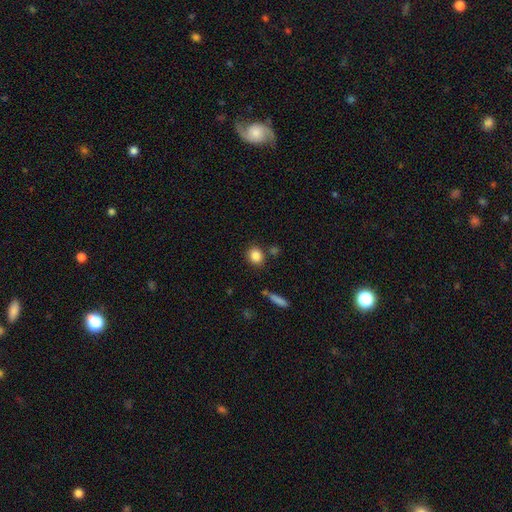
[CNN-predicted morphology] Q: Smooth or featured?
A: smooth (86%); runner-up: star or artifact (9%)
Q: How rounded?
A: round (67%); runner-up: in between (31%)
Q: Merging?
A: none (81%); runner-up: minor disturbance (10%)